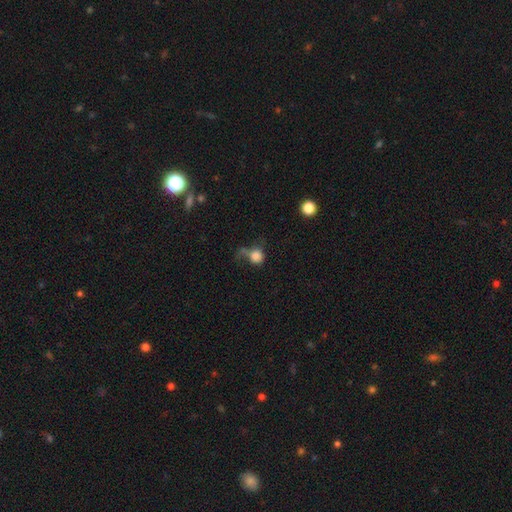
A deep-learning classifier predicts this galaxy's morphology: This is likely a smooth galaxy (80%). How rounded: clearly round (81%). Merging: marginally none (35%).